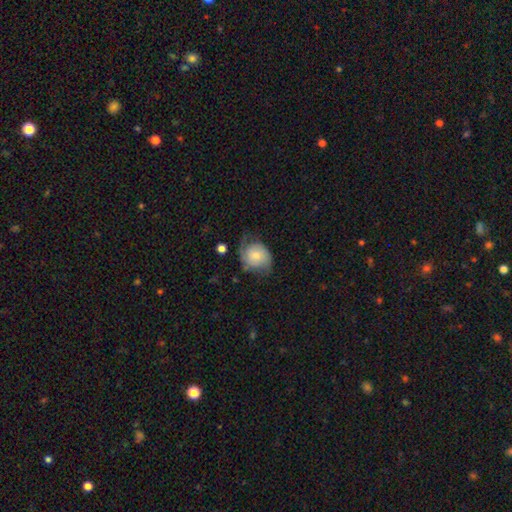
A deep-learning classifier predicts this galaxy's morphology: Overall: featured or disk (48%; smooth 44%). Merging: none (51%; minor disturbance 29%).